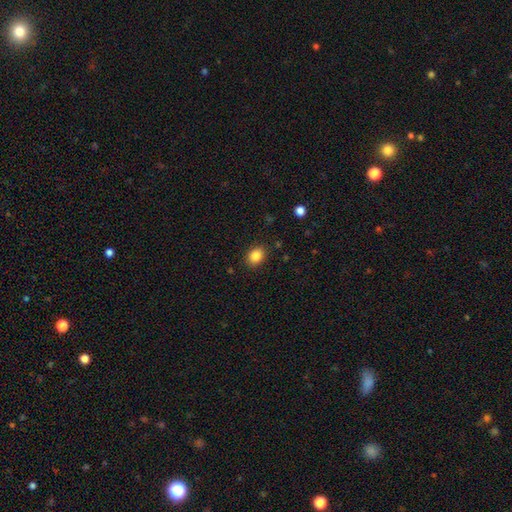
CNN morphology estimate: Overall: smooth (85%). How rounded: in between (57%; round 42%). Merging: none (88%).